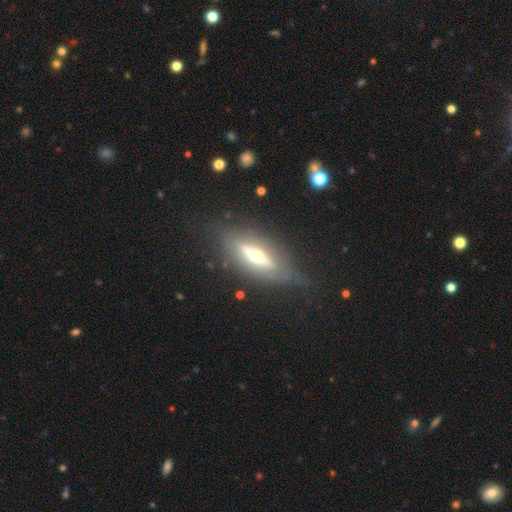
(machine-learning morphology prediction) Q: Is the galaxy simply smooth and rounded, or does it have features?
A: featured or disk — 68%.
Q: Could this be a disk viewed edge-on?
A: yes — 79%.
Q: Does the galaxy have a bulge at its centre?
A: rounded — 88%.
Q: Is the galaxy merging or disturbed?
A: none — 70%.